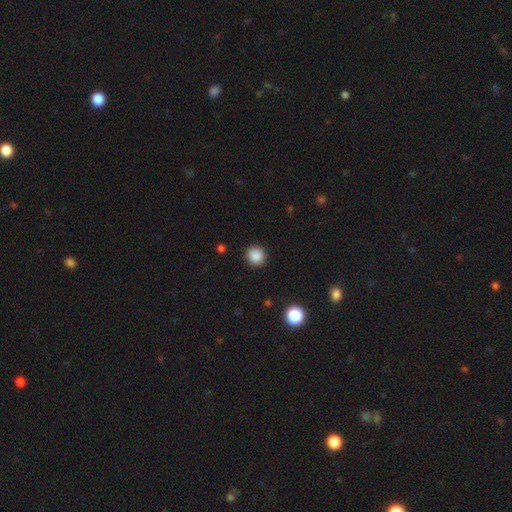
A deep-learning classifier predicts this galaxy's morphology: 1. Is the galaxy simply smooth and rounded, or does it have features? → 87% smooth, 10% star or artifact, 3% featured or disk.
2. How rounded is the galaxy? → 90% round, 9% in between, 1% cigar-shaped.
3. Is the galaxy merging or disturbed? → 91% none, 6% minor disturbance, 2% major disturbance, 1% merger.